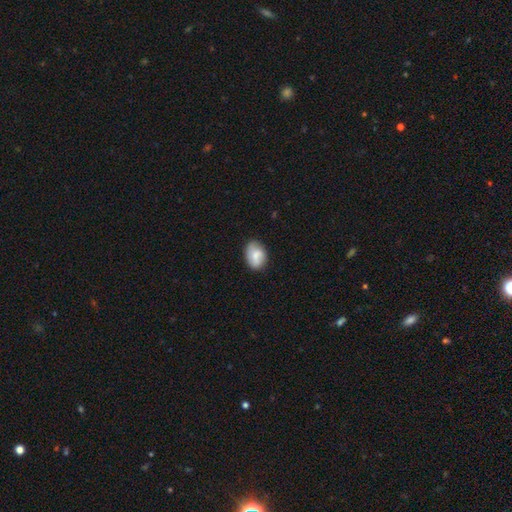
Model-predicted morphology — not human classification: Smooth or featured: smooth — 73% (featured or disk — 20%)
How rounded: in between — 80% (round — 19%)
Merging: none — 74% (minor disturbance — 20%)